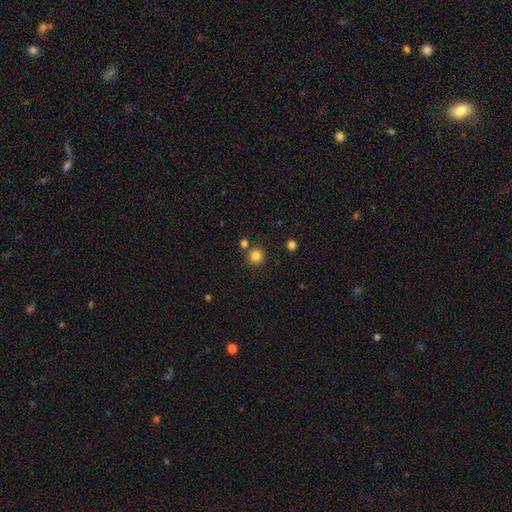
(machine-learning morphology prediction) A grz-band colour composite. It shows a smooth galaxy with no disk features (83%) that is round (94%). Merging: none (81%).